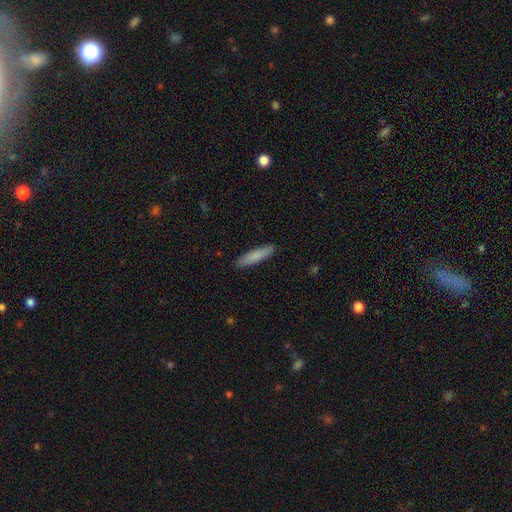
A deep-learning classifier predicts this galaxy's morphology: Smooth or featured: smooth — 84% (featured or disk — 11%)
How rounded: cigar-shaped — 84% (in between — 15%)
Merging: none — 90% (minor disturbance — 7%)